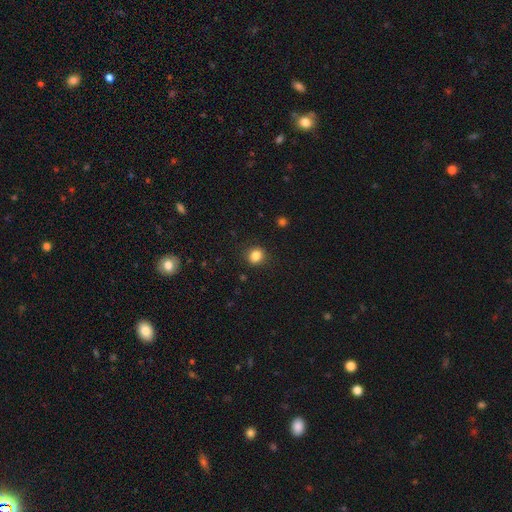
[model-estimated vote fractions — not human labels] A smooth galaxy with no disk features (85%) that is round (73%). Merging: none (88%).